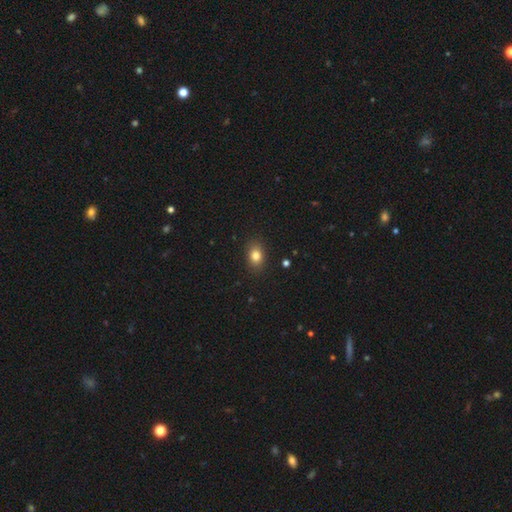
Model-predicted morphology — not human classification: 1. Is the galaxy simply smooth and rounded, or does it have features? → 82% smooth, 11% star or artifact, 7% featured or disk.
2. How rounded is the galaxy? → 72% in between, 26% round, 1% cigar-shaped.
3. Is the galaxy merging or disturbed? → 87% none, 9% minor disturbance, 3% major disturbance, 1% merger.